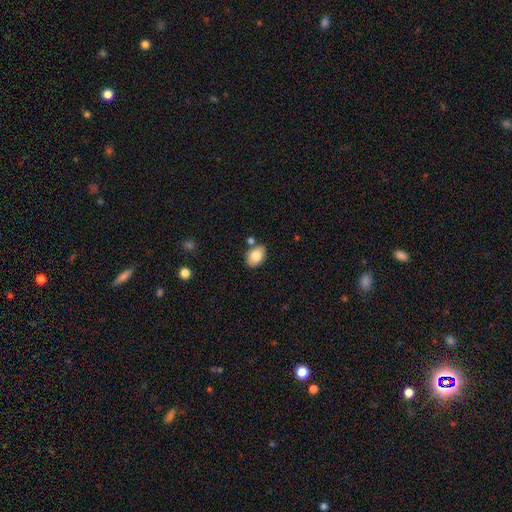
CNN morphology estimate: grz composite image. It shows a smooth galaxy with no disk features (81%) that is in between round and cigar-shaped (82%). Merging: none (71%).